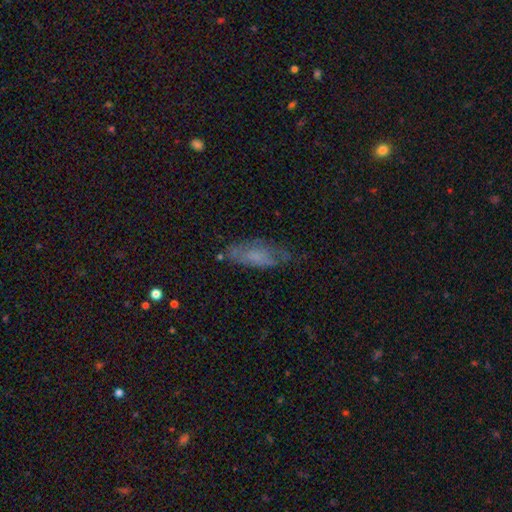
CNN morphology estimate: Smooth or featured?
  - smooth: 55% *
  - featured or disk: 35%
  - star or artifact: 10%
How rounded?
  - in between: 70% *
  - cigar-shaped: 27%
  - round: 3%
Merging?
  - none: 55% *
  - minor disturbance: 29%
  - major disturbance: 14%
  - merger: 3%